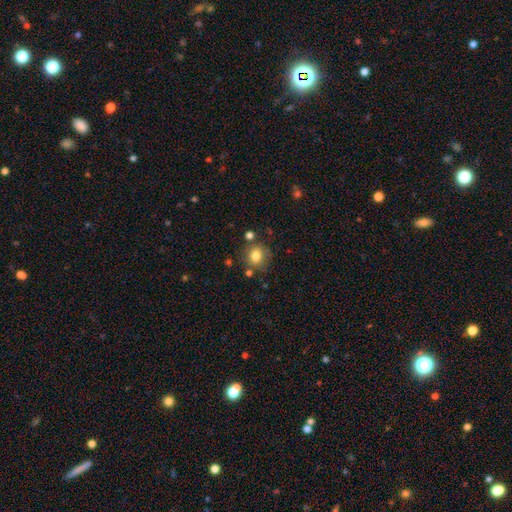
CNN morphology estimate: A smooth galaxy with no disk features (80%) that is round (77%). Merging: none (72%).